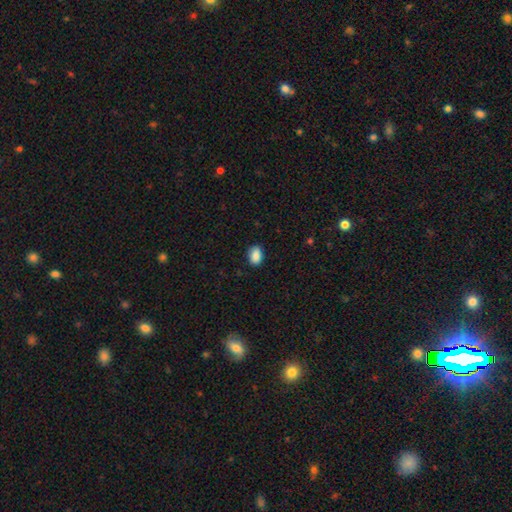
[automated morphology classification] Smooth or featured?
  - smooth: 88% *
  - star or artifact: 8%
  - featured or disk: 4%
How rounded?
  - in between: 79% *
  - round: 19%
  - cigar-shaped: 1%
Merging?
  - none: 83% *
  - minor disturbance: 14%
  - major disturbance: 2%
  - merger: 1%